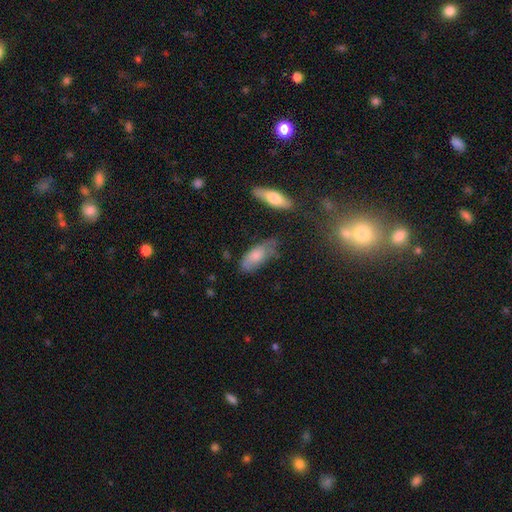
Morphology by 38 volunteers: This appears to be a smooth galaxy with no disk features (82%) that is in between round and cigar-shaped (81%). Merging: none (58%).